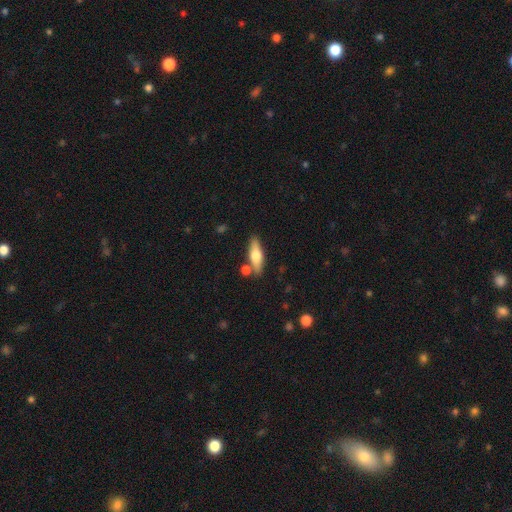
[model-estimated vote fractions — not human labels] Overall: smooth (54%; featured or disk 40%). How rounded: cigar-shaped (51%; in between 46%). Merging: none (78%).